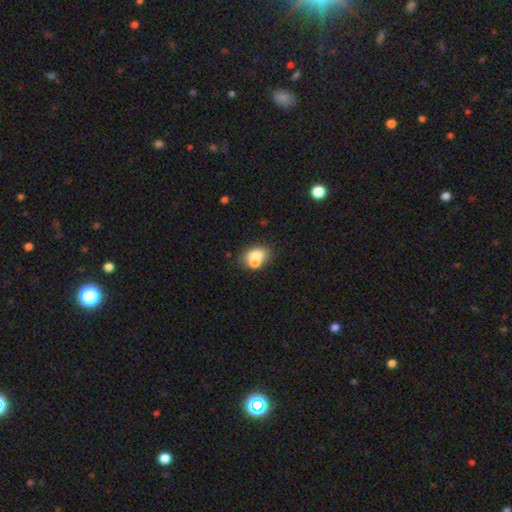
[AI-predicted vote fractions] Overall: smooth (68%). How rounded: in between (62%; round 36%). Merging: merger (45%; none 38%).